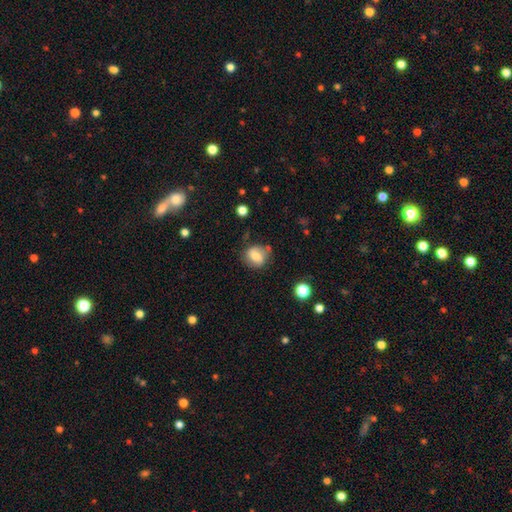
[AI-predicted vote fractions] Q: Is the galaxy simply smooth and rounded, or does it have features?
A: smooth — 63%.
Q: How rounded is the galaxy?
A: round — 63%.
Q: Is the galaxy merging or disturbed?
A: none — 63%.